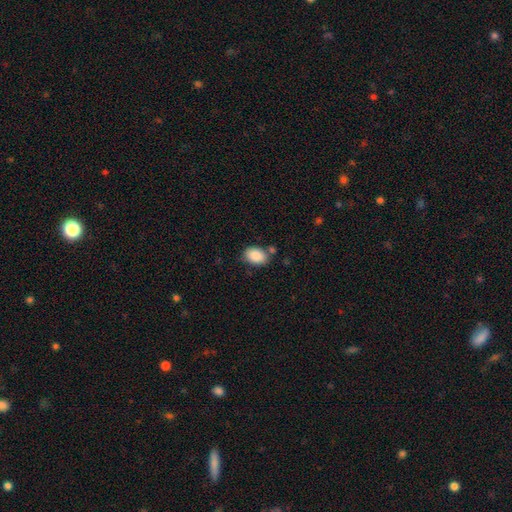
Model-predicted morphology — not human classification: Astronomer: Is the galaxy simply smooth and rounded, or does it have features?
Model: smooth — 88%.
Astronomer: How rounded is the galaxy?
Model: in between — 85%.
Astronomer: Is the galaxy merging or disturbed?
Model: none — 74%.